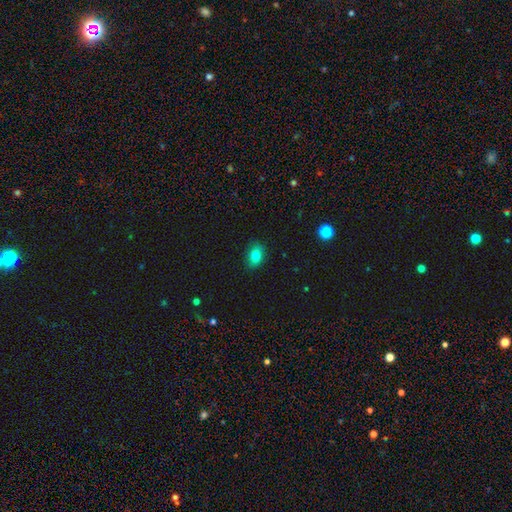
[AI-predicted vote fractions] Q: Smooth or featured?
A: smooth (80%); runner-up: star or artifact (11%)
Q: How rounded?
A: in between (78%); runner-up: round (21%)
Q: Merging?
A: none (83%); runner-up: minor disturbance (14%)